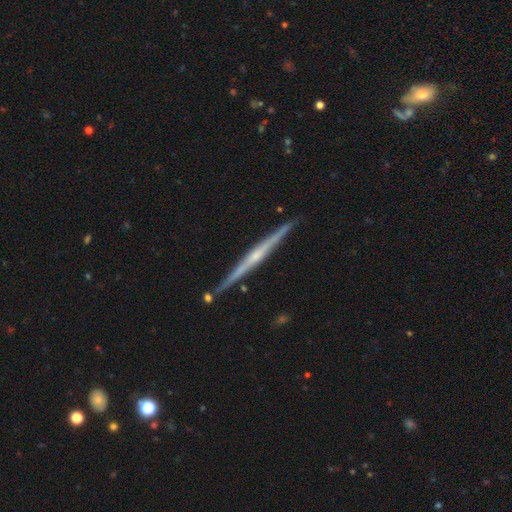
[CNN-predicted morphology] smooth-or-featured: featured or disk: 81% | smooth: 14% | star or artifact: 5%
  disk-edge-on: yes: 98% | no: 2%
    edge-on-bulge: rounded: 58% | none: 33% | boxy: 9%
  merging: none: 89% | minor disturbance: 8% | merger: 2% | major disturbance: 1%